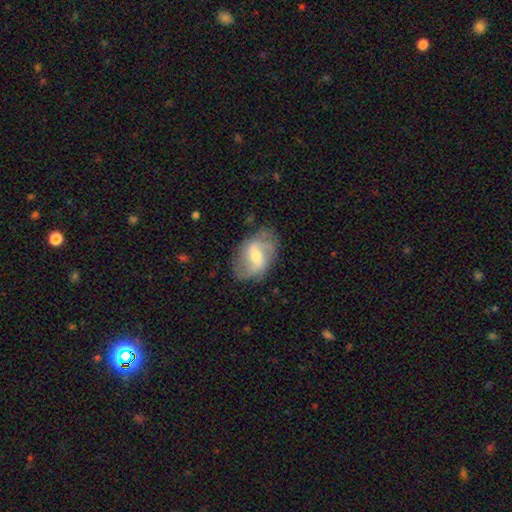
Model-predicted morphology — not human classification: Smooth or featured: featured or disk — 73% (smooth — 20%)
Edge-on disk: no — 96% (yes — 4%)
Bar: weak — 54% (no — 24%)
Spiral arms: yes — 88% (no — 12%)
Spiral winding: loose — 43% (medium — 40%)
Spiral arm count: 2 — 70% (can't tell — 15%)
Bulge size: moderate — 56% (small — 37%)
Merging: none — 73% (minor disturbance — 18%)